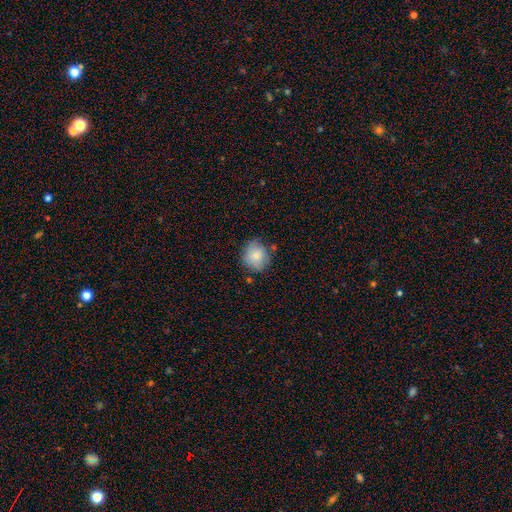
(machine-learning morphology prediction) A smooth galaxy with no disk features (80%) that is round (81%).

Vote fractions:
- Smooth or featured? smooth: 80% / featured or disk: 12% / star or artifact: 8%
- How rounded? round: 81% / in between: 18% / cigar-shaped: 1%
- Merging? none: 70% / minor disturbance: 21% / major disturbance: 5% / merger: 4%